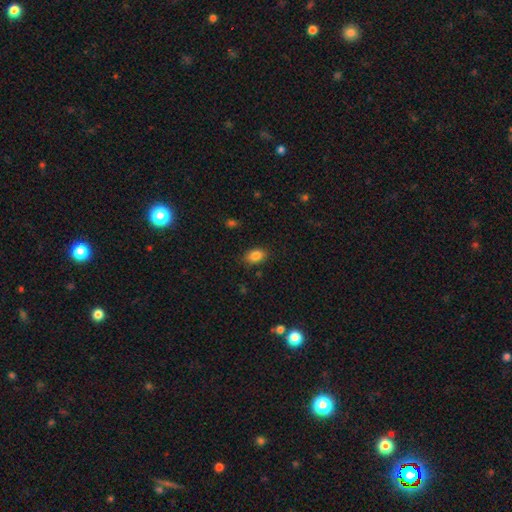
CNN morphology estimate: smooth-or-featured: smooth: 85% | star or artifact: 9% | featured or disk: 6%
  how-rounded: in between: 83% | round: 16% | cigar-shaped: 1%
  merging: none: 84% | minor disturbance: 12% | major disturbance: 3% | merger: 1%